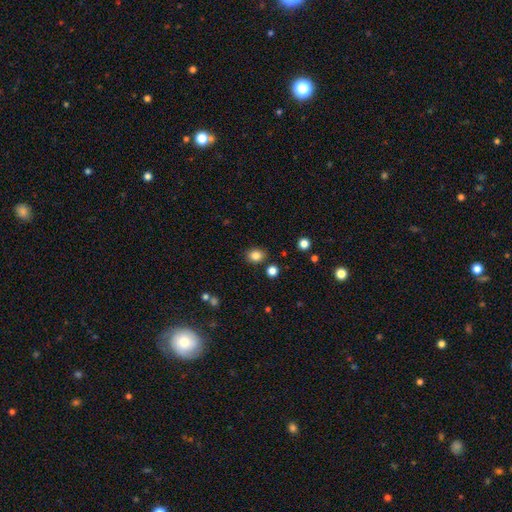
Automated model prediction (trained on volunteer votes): Morphology: type=smooth (83%); roundness=round (54%); merging=none (84%).